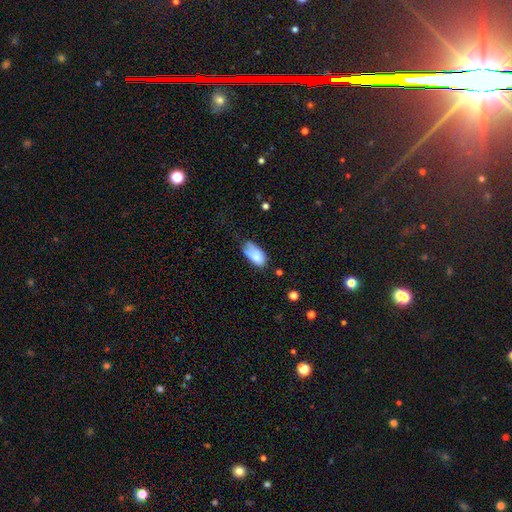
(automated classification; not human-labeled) This appears to be a smooth galaxy with no disk features (75%) that is in between round and cigar-shaped (92%). Merging: none (38%).